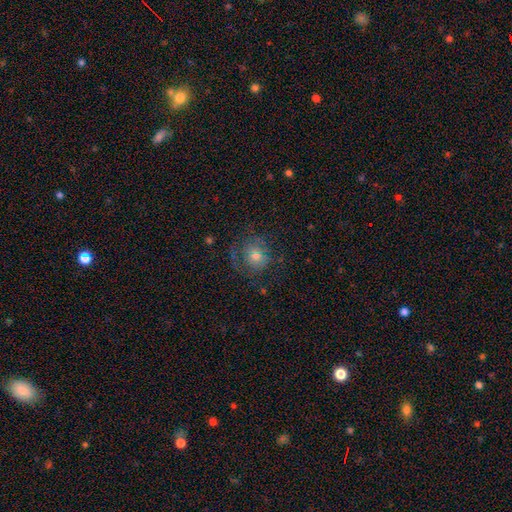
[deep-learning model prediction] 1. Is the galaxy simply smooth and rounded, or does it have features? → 53% smooth, 33% featured or disk, 14% star or artifact.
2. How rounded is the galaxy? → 80% round, 19% in between, 1% cigar-shaped.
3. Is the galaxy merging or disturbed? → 58% none, 20% major disturbance, 19% minor disturbance, 2% merger.